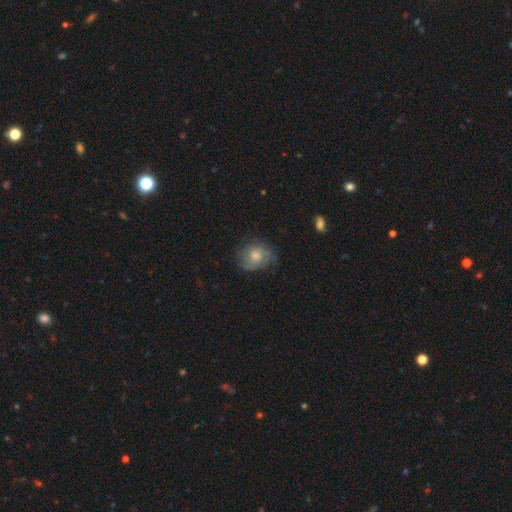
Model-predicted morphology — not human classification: smooth_or_featured: featured or disk (p=0.48) [alt: smooth p=0.44]
merging: none (p=0.62) [alt: minor disturbance p=0.26]